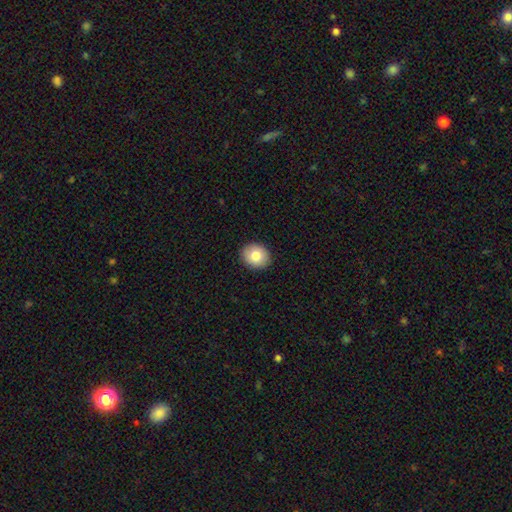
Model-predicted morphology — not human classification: This appears to be a smooth galaxy with no disk features (81%) that is round (70%). Merging: none (92%).